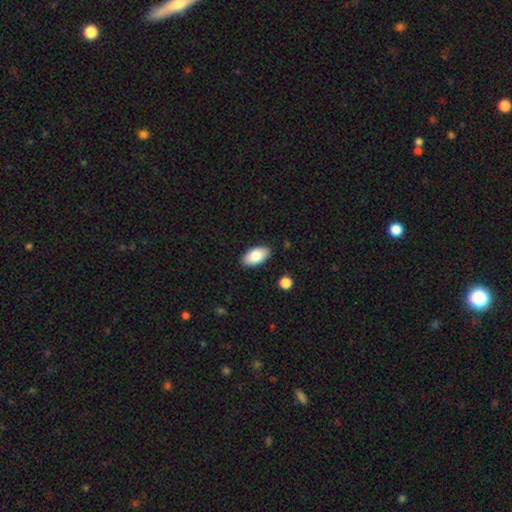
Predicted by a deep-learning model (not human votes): smooth_or_featured: smooth (p=0.84) [alt: featured or disk p=0.09]
how_rounded: in between (p=0.95) [alt: cigar-shaped p=0.03]
merging: none (p=0.88) [alt: minor disturbance p=0.09]